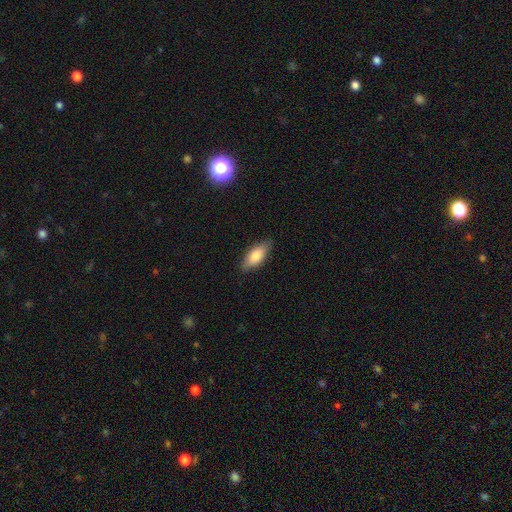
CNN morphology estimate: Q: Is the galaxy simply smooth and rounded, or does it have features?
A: smooth — 76%.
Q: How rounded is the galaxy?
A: in between — 78%.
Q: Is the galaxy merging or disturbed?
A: none — 84%.